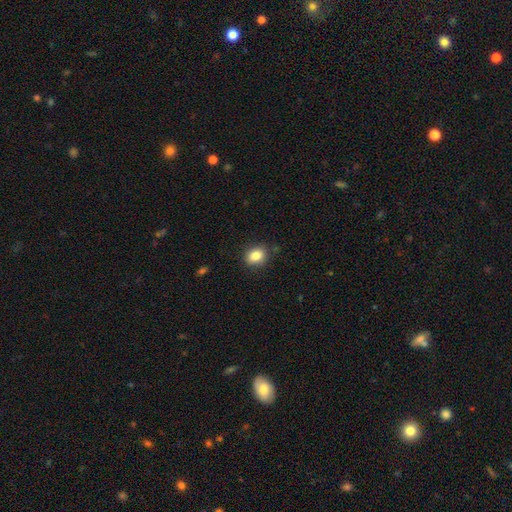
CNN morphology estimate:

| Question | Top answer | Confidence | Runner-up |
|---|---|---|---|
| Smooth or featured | smooth | 84% | star or artifact (9%) |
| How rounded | in between | 57% | round (42%) |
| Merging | none | 84% | minor disturbance (12%) |